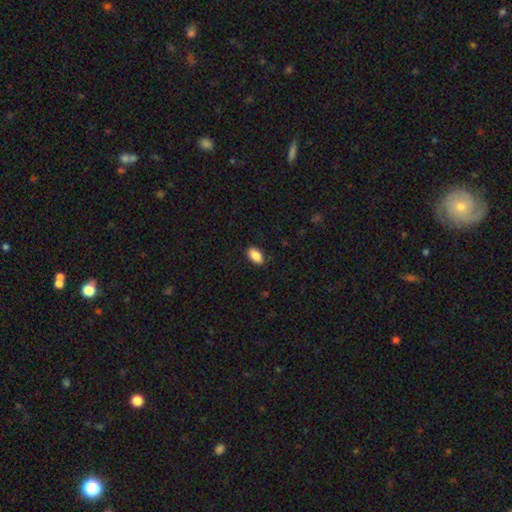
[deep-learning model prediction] Smooth or featured: smooth — 88% (star or artifact — 7%)
How rounded: in between — 93% (round — 4%)
Merging: none — 88% (minor disturbance — 9%)